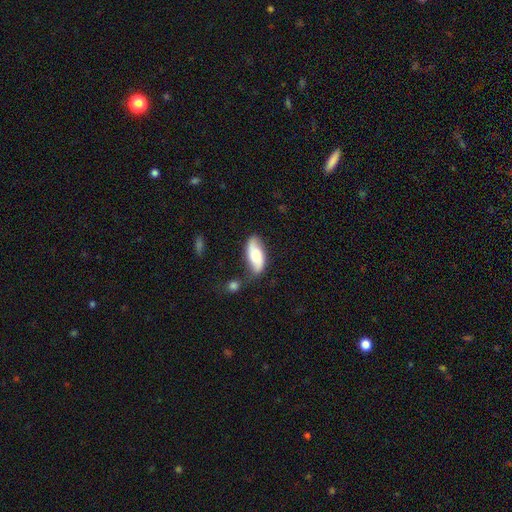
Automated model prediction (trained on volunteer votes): A smooth galaxy with no disk features (57%) that is in between round and cigar-shaped (83%).

Vote fractions:
- Smooth or featured? smooth: 57% / featured or disk: 36% / star or artifact: 7%
- How rounded? in between: 83% / cigar-shaped: 15% / round: 3%
- Merging? none: 63% / minor disturbance: 23% / merger: 8% / major disturbance: 7%